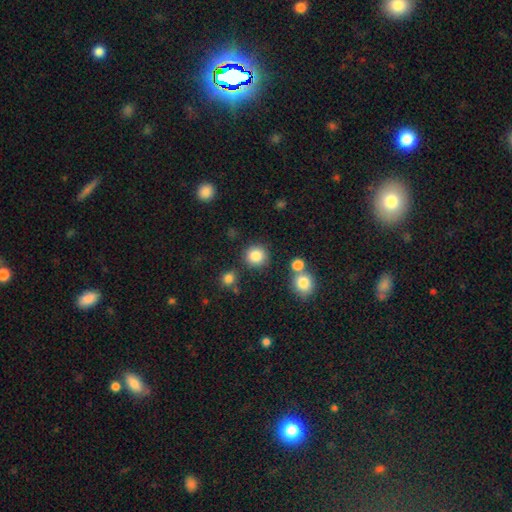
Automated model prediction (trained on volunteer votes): Smooth or featured? smooth (85%)
How rounded? round (92%)
Merging? none (82%)